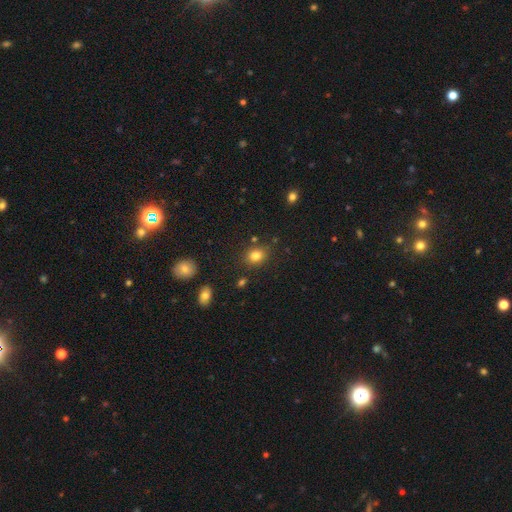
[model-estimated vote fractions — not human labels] smooth_or_featured: smooth (p=0.82) [alt: star or artifact p=0.11]
how_rounded: round (p=0.51) [alt: in between p=0.48]
merging: none (p=0.81) [alt: minor disturbance p=0.12]